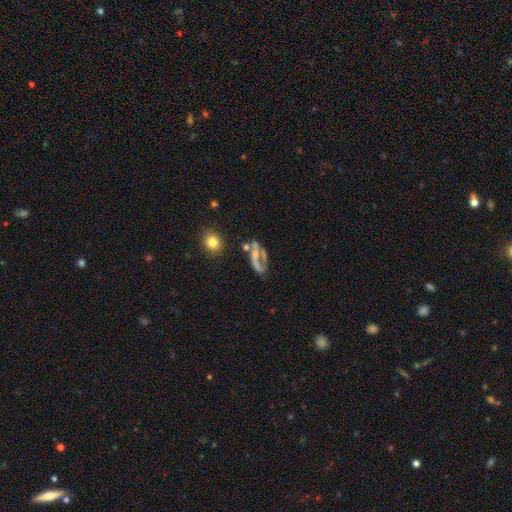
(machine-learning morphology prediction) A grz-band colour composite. It shows a featured or disk galaxy (59%) with no bar (58%), no spiral arms (54%) and no central bulge (37%). Merging: none (32%).